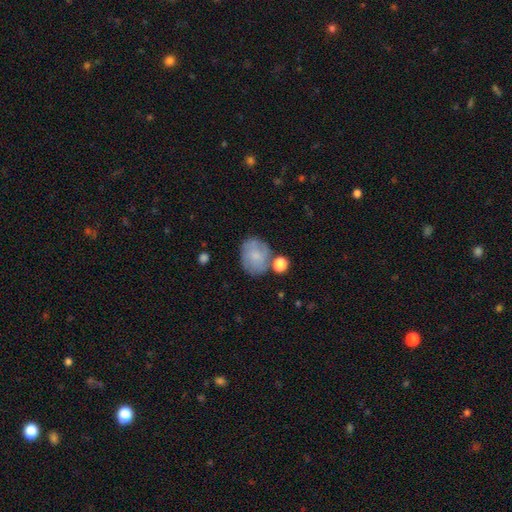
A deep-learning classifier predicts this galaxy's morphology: smooth_or_featured: smooth (p=0.62) [alt: featured or disk p=0.30]
how_rounded: round (p=0.58) [alt: in between p=0.41]
merging: none (p=0.60) [alt: minor disturbance p=0.20]